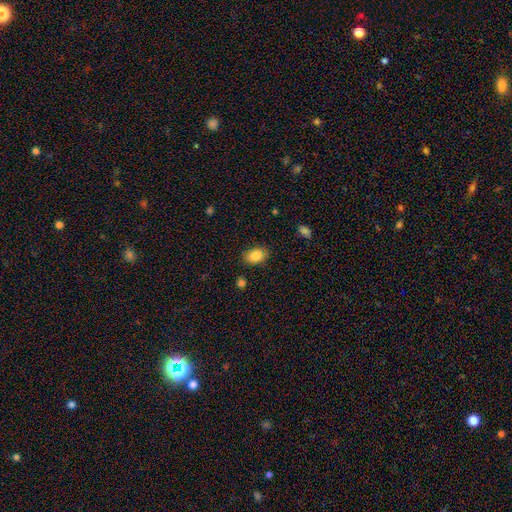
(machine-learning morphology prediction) Smooth or featured? smooth (86%)
How rounded? in between (84%)
Merging? none (84%)